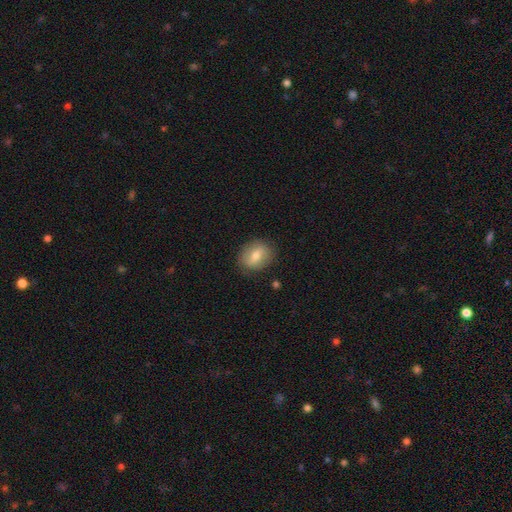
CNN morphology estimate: Smooth or featured: smooth — 67% (featured or disk — 25%)
How rounded: round — 54% (in between — 44%)
Merging: none — 84% (minor disturbance — 12%)